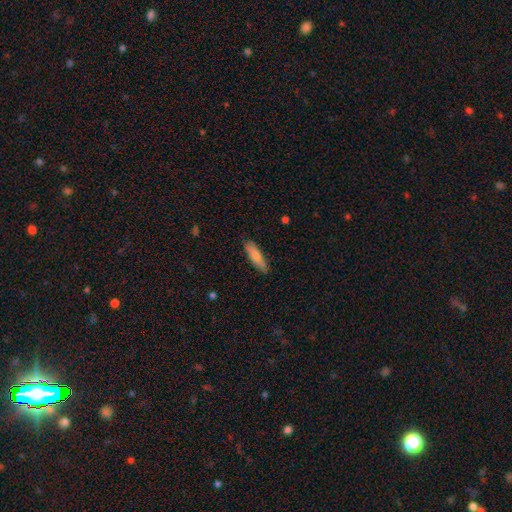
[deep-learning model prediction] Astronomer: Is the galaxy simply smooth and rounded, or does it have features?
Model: smooth — 78%.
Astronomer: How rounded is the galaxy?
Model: cigar-shaped — 63%.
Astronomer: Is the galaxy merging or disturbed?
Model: none — 83%.